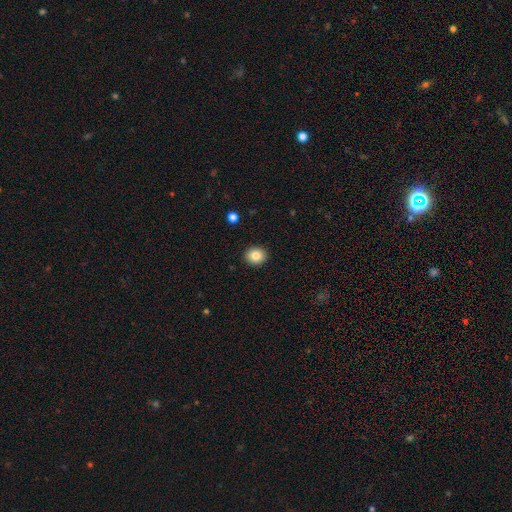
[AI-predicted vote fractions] Smooth or featured?
  - smooth: 84% *
  - star or artifact: 9%
  - featured or disk: 7%
How rounded?
  - round: 74% *
  - in between: 25%
  - cigar-shaped: 1%
Merging?
  - none: 92% *
  - minor disturbance: 6%
  - major disturbance: 2%
  - merger: 1%